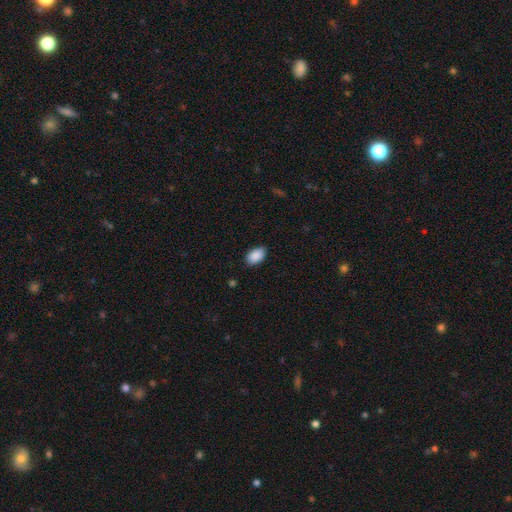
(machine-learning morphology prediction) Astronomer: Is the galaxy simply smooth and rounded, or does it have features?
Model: smooth — 90%.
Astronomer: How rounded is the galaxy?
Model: in between — 93%.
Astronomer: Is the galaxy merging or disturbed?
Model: none — 86%.